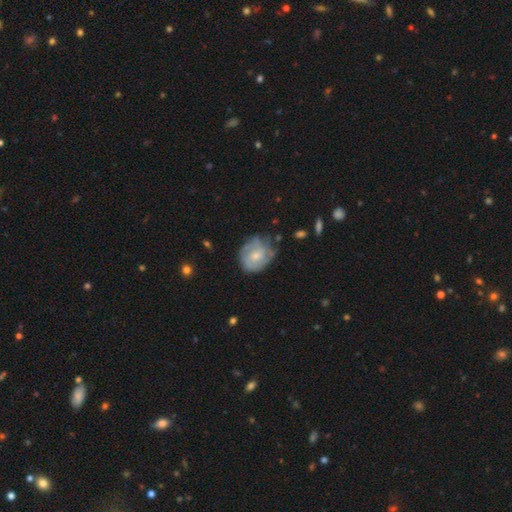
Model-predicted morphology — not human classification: This is possibly a featured or disk galaxy (53%). It is clearly not viewed edge-on (97%). Bar: likely no (74%). Spiral arm pattern: likely yes (63%). Central bulge: possibly small (54%). Merging: possibly none (59%).